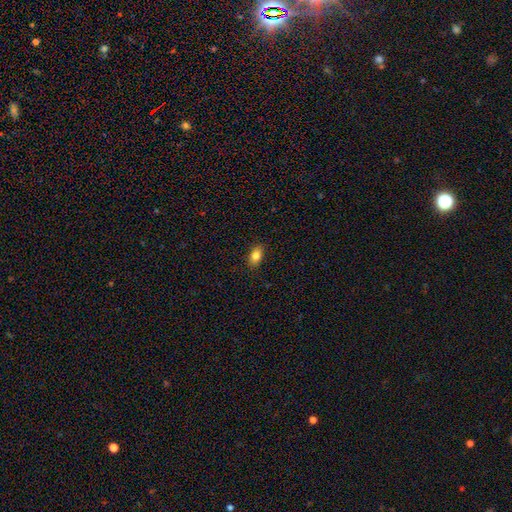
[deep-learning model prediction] smooth 83%, star or artifact 9%, featured or disk 8%. Down the decision tree: how rounded — in between (86%); merging — none (88%).